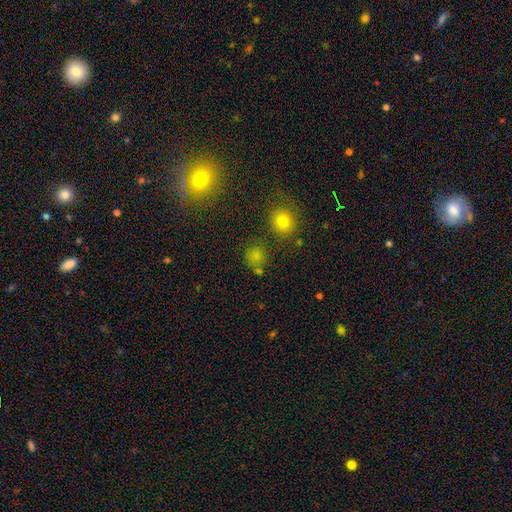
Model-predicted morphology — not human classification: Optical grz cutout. It shows a smooth galaxy with no disk features (74%) that is round (85%). Merging: none (72%).